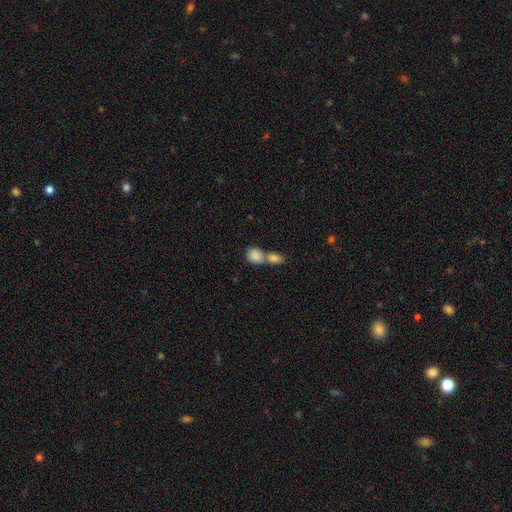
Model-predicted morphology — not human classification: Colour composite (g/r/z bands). It shows a smooth galaxy with no disk features (85%) that is round (56%). Merging: merger (65%).